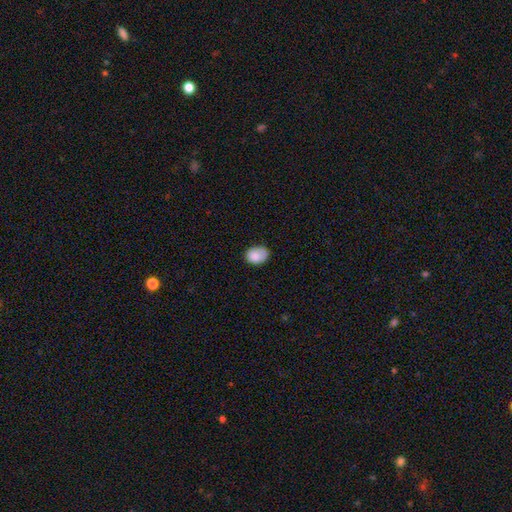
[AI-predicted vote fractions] A smooth galaxy with no disk features (84%) that is in between round and cigar-shaped (63%). Merging: none (61%).